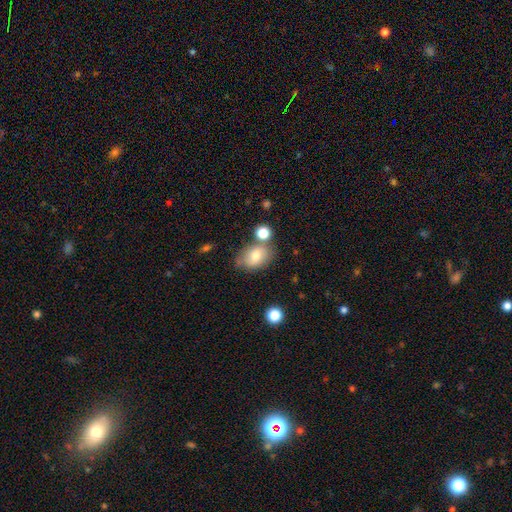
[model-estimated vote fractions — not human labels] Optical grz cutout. It shows a smooth galaxy with no disk features (74%) that is in between round and cigar-shaped (79%). Merging: none (62%).